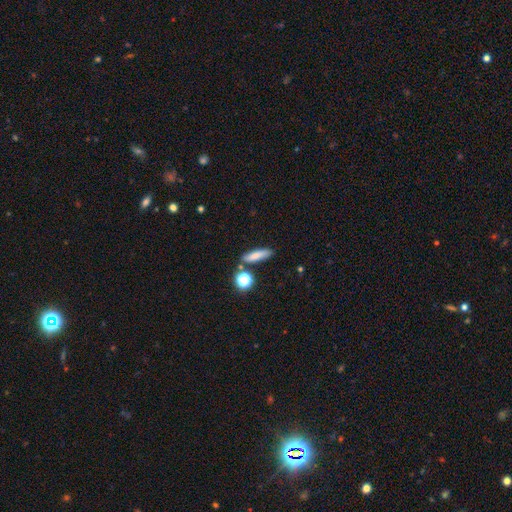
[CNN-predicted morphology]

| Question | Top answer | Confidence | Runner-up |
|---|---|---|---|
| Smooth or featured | smooth | 75% | featured or disk (14%) |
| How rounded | cigar-shaped | 63% | in between (28%) |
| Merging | none | 78% | minor disturbance (11%) |